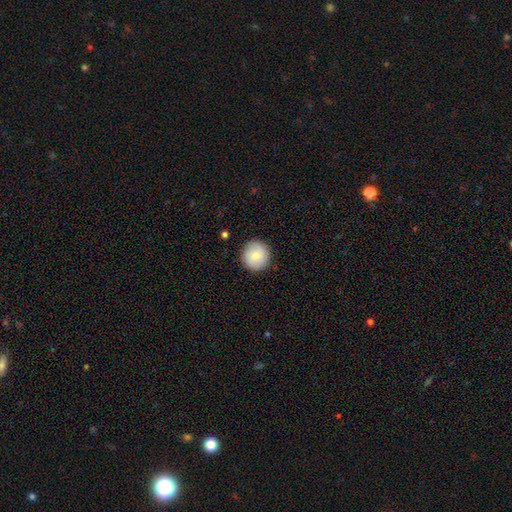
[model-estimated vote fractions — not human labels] Q: Smooth or featured?
A: smooth (81%); runner-up: featured or disk (12%)
Q: How rounded?
A: round (94%); runner-up: in between (5%)
Q: Merging?
A: none (90%); runner-up: minor disturbance (7%)